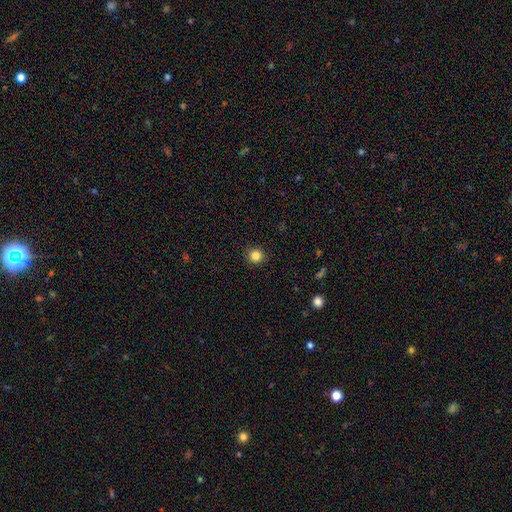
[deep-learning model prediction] This is clearly a smooth galaxy (84%). How rounded: clearly round (93%). Merging: clearly none (92%).